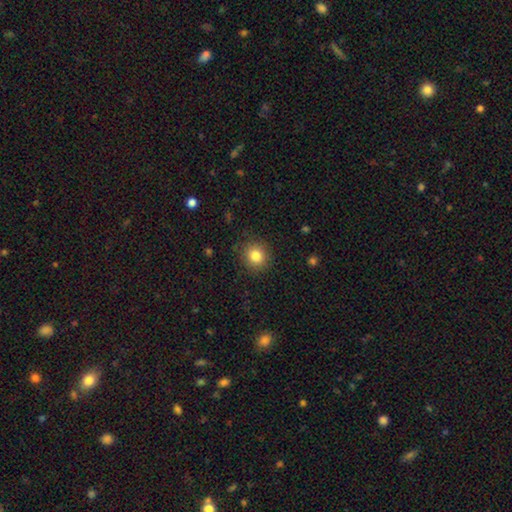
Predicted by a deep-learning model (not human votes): Smooth or featured?
  - smooth: 83% *
  - star or artifact: 11%
  - featured or disk: 7%
How rounded?
  - round: 88% *
  - in between: 11%
  - cigar-shaped: 1%
Merging?
  - none: 89% *
  - minor disturbance: 7%
  - major disturbance: 3%
  - merger: 1%